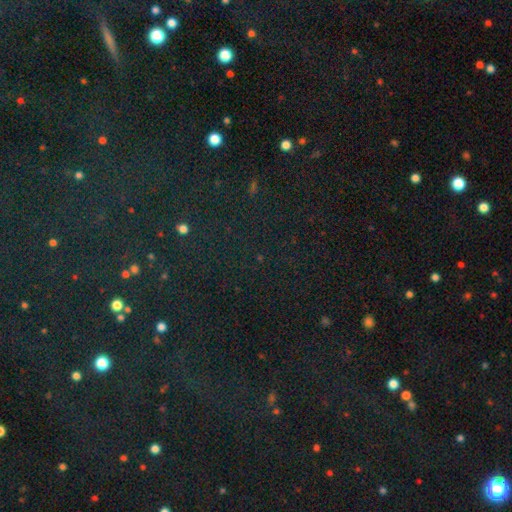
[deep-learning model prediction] This is likely a star or artifact rather than a galaxy (79%).